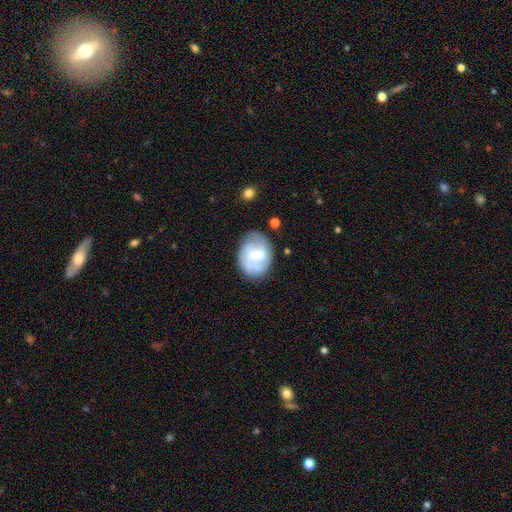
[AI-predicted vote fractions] Overall: featured or disk (57%; smooth 36%). Edge-on disk: no (97%). Bar: weak (50%; no 32%). Spiral arms: yes (70%). Bulge size: moderate (48%; small 24%). Merging: none (60%; minor disturbance 24%).